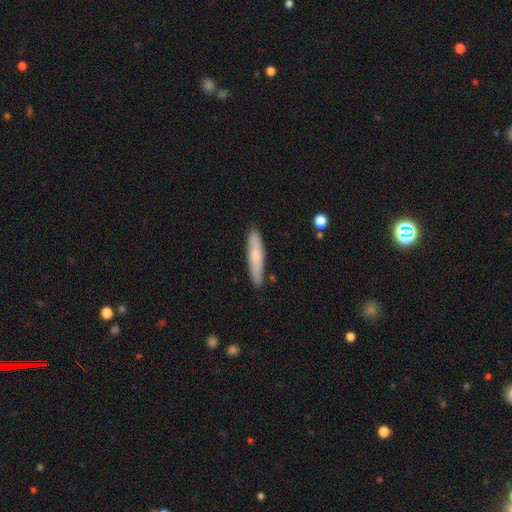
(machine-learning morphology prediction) A smooth galaxy with no disk features (73%) that is cigar-shaped (91%).

Vote fractions:
- Smooth or featured? smooth: 73% / featured or disk: 21% / star or artifact: 6%
- How rounded? cigar-shaped: 91% / in between: 8% / round: 1%
- Merging? none: 87% / minor disturbance: 10% / merger: 2% / major disturbance: 2%